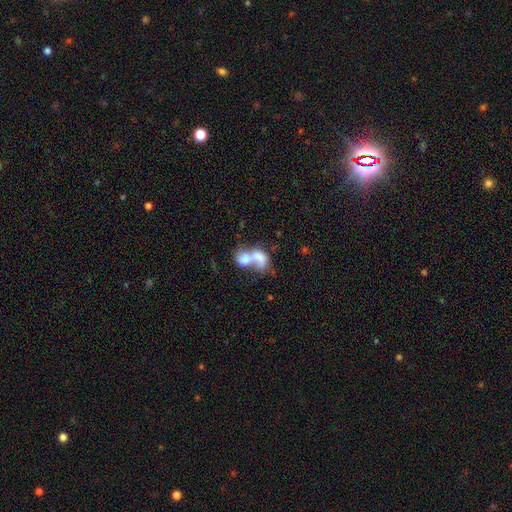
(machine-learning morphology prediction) This appears to be a smooth galaxy with no disk features (57%) that is in between round and cigar-shaped (68%). Merging: merger (78%).